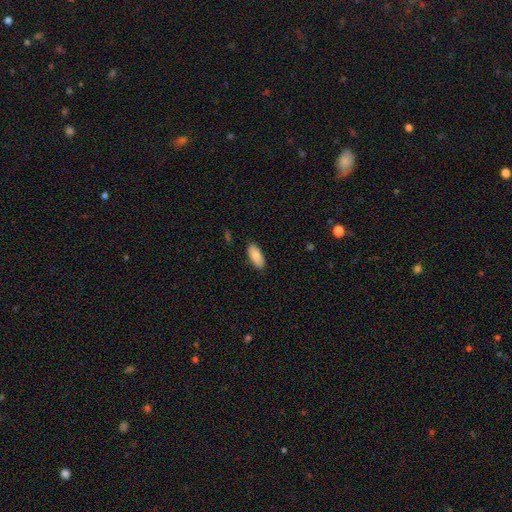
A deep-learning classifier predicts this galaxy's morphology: This is clearly a smooth galaxy (85%). How rounded: clearly in between (87%). Merging: clearly none (88%).